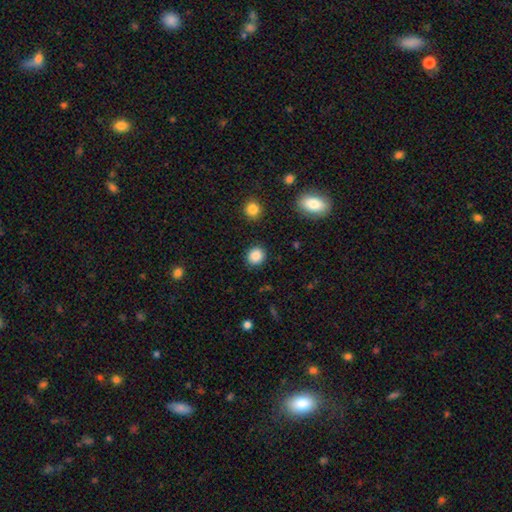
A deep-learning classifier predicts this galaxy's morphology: Smooth or featured: smooth — 87% (star or artifact — 9%)
How rounded: round — 83% (in between — 16%)
Merging: none — 90% (minor disturbance — 6%)